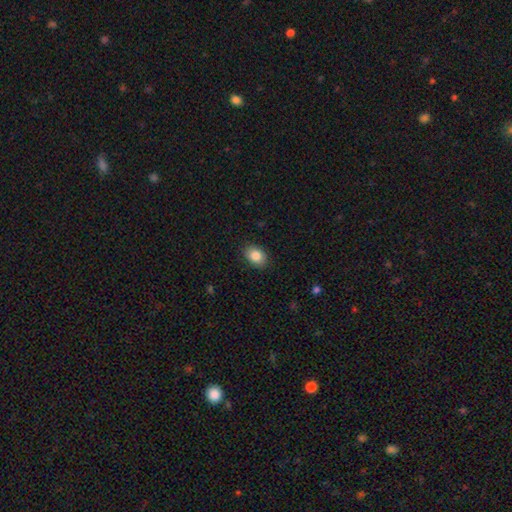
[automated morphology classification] Q: Smooth or featured?
A: smooth (86%); runner-up: star or artifact (8%)
Q: How rounded?
A: in between (76%); runner-up: round (23%)
Q: Merging?
A: none (87%); runner-up: minor disturbance (10%)